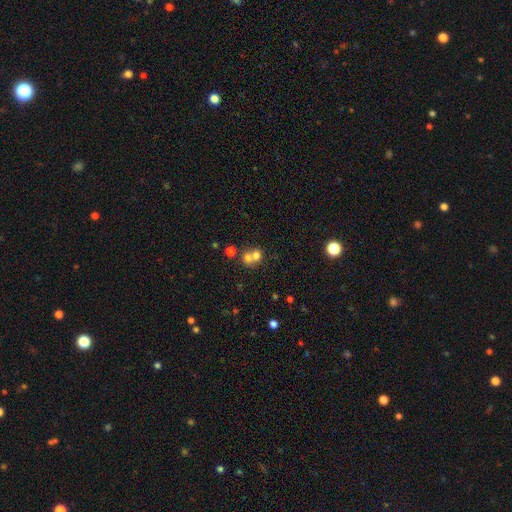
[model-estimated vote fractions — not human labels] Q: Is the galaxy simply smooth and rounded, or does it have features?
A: smooth — 67%.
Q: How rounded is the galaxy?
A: round — 76%.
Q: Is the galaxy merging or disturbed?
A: merger — 63%.